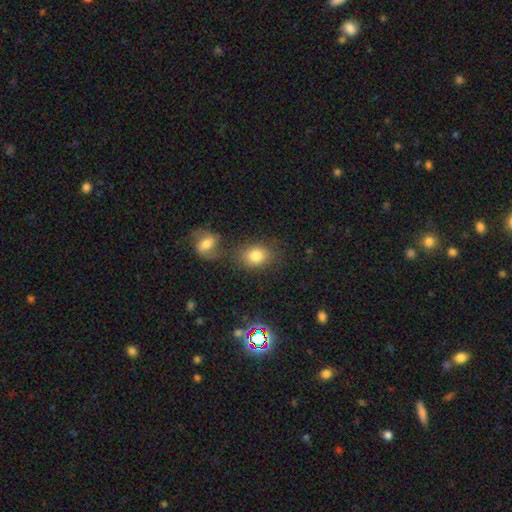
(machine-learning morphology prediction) Overall: smooth (81%). How rounded: in between (55%; round 43%). Merging: none (66%).